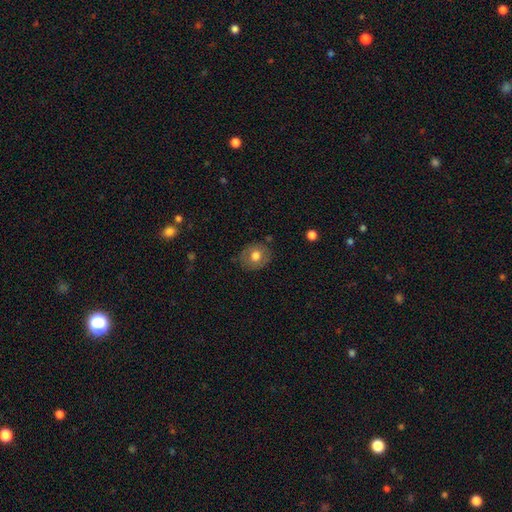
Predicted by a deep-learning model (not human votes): Smooth or featured?
  - smooth: 69% *
  - featured or disk: 24%
  - star or artifact: 8%
How rounded?
  - round: 63% *
  - in between: 36%
  - cigar-shaped: 1%
Merging?
  - none: 82% *
  - minor disturbance: 13%
  - major disturbance: 3%
  - merger: 2%